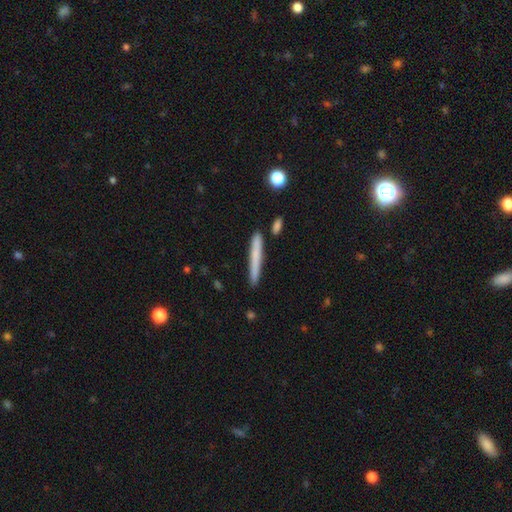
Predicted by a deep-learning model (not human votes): Smooth or featured? Predicted: smooth (p=0.67). How rounded? Predicted: cigar-shaped (p=0.96). Merging? Predicted: none (p=0.85).